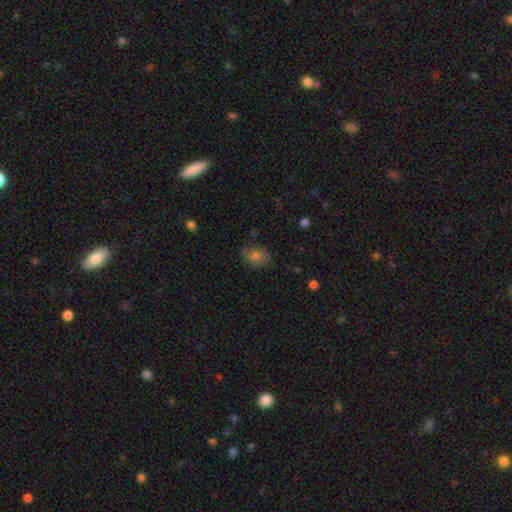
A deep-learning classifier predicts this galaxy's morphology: This appears to be a smooth galaxy with no disk features (69%) that is in between round and cigar-shaped (65%). Merging: none (72%).